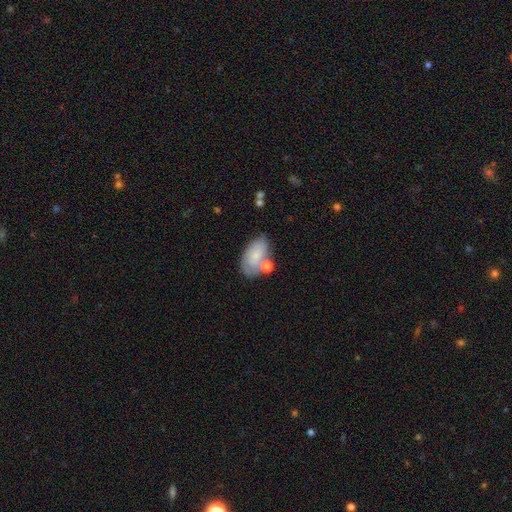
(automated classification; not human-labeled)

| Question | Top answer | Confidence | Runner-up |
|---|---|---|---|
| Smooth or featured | smooth | 64% | featured or disk (29%) |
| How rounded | in between | 91% | round (7%) |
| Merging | none | 50% | minor disturbance (22%) |